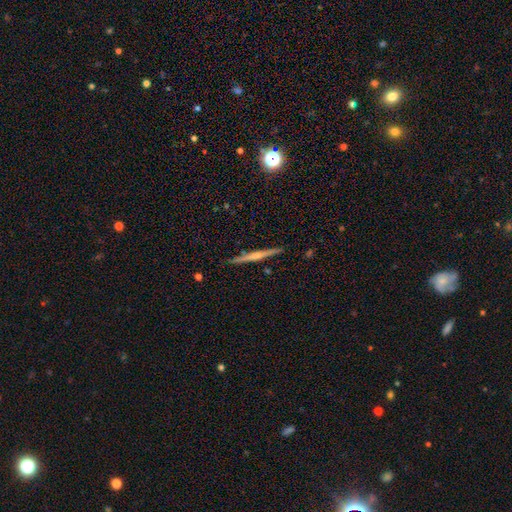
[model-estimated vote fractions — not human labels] A featured or disk galaxy (64%) viewed edge-on (98%) with a rounded central bulge (51%).

Vote fractions:
- Smooth or featured? featured or disk: 64% / smooth: 29% / star or artifact: 6%
- Edge-on disk? yes: 98% / no: 2%
- Edge-on bulge? rounded: 51% / none: 34% / boxy: 15%
- Merging? none: 91% / minor disturbance: 7% / major disturbance: 1% / merger: 1%